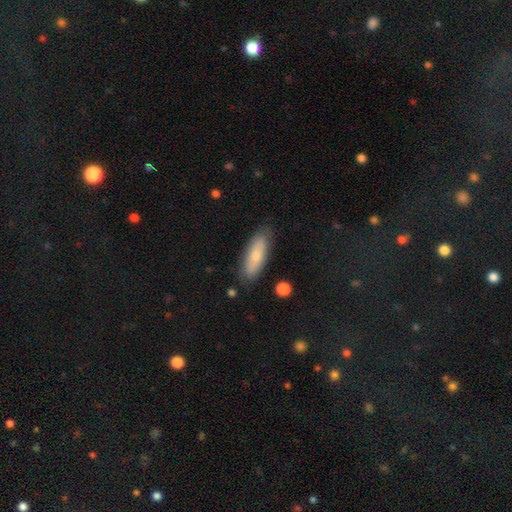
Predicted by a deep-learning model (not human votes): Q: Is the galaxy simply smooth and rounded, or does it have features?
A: smooth — 73%.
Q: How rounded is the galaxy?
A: in between — 58%.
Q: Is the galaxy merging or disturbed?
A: none — 82%.